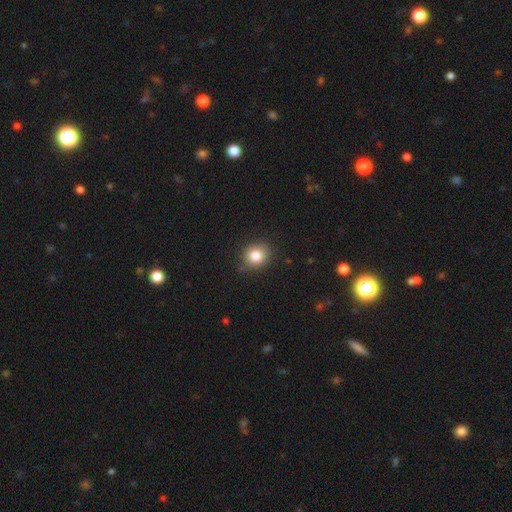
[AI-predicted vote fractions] smooth_or_featured: smooth (p=0.83) [alt: star or artifact p=0.10]
how_rounded: round (p=0.75) [alt: in between p=0.24]
merging: none (p=0.84) [alt: minor disturbance p=0.12]